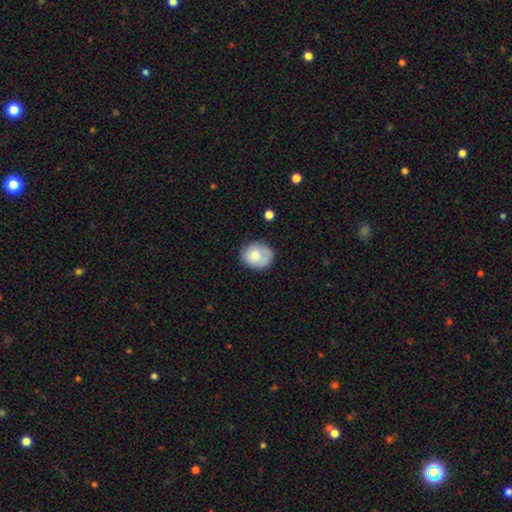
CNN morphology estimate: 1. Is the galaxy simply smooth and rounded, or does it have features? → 78% smooth, 15% featured or disk, 7% star or artifact.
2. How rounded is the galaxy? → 62% round, 37% in between, 1% cigar-shaped.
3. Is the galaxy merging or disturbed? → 69% none, 22% minor disturbance, 6% major disturbance, 3% merger.